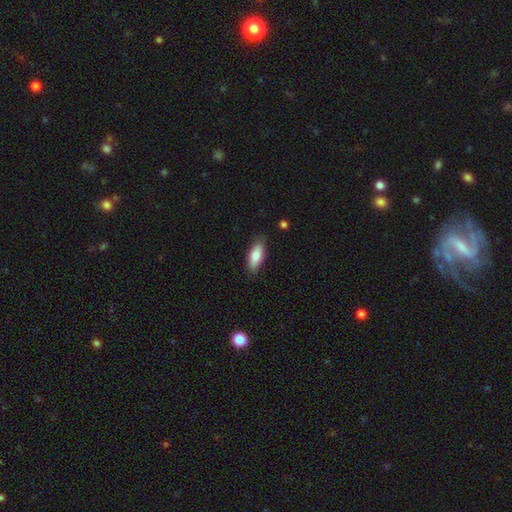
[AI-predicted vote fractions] A smooth galaxy with no disk features (84%) that is in between round and cigar-shaped (79%). Merging: none (85%).